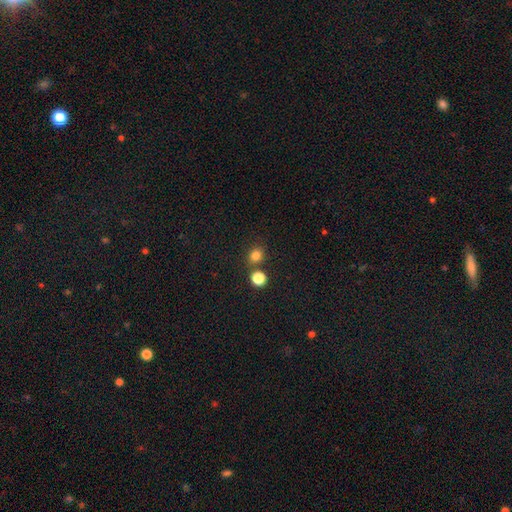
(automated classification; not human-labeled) A smooth galaxy with no disk features (80%) that is round (78%). Merging: none (74%).